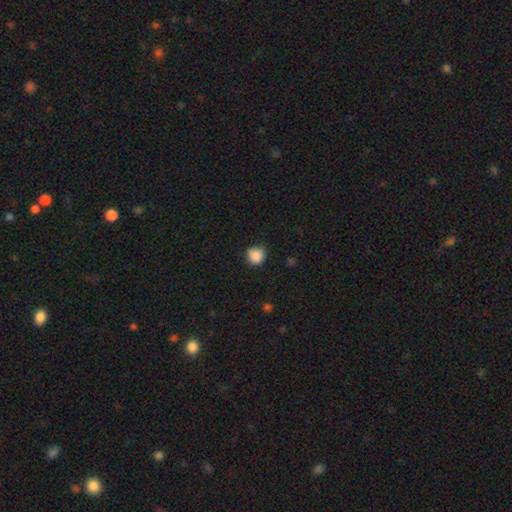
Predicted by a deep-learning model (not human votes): The model was most divided on "merging": none: 81%, minor disturbance: 15%, major disturbance: 3%, merger: 1%. More confident: how rounded — round (88%); smooth or featured — smooth (88%).